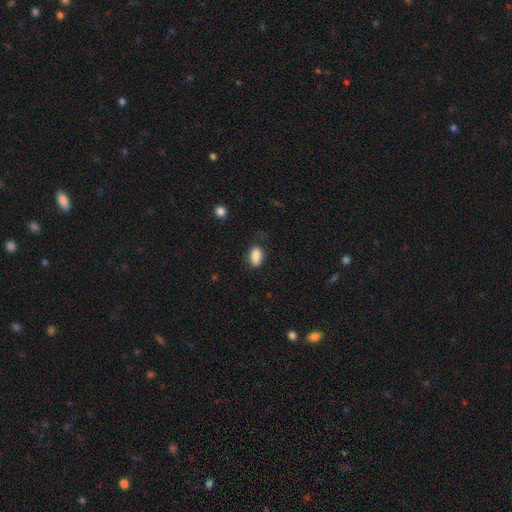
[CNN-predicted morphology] This is clearly a smooth galaxy (87%). How rounded: clearly in between (90%). Merging: likely none (72%).